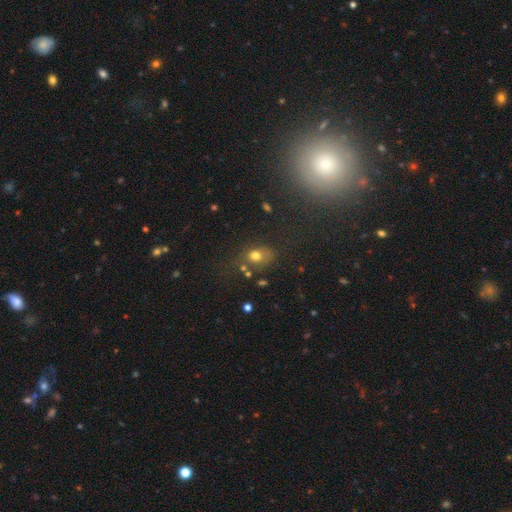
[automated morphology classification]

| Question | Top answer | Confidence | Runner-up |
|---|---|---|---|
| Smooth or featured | smooth | 71% | star or artifact (18%) |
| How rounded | round | 51% | in between (48%) |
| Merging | none | 58% | minor disturbance (20%) |